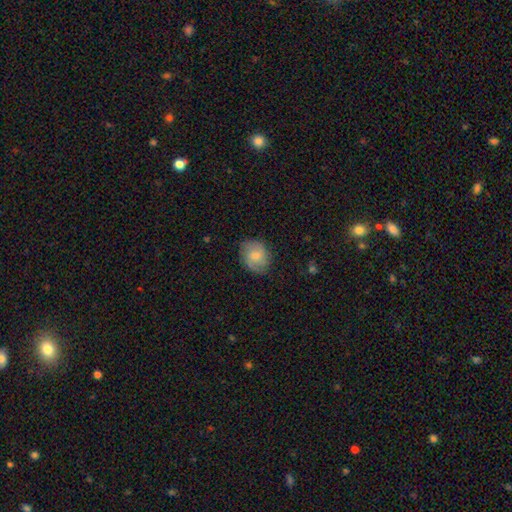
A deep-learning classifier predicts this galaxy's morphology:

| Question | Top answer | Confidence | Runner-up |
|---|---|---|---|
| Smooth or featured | smooth | 53% | featured or disk (40%) |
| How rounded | round | 56% | in between (43%) |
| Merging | none | 77% | minor disturbance (17%) |